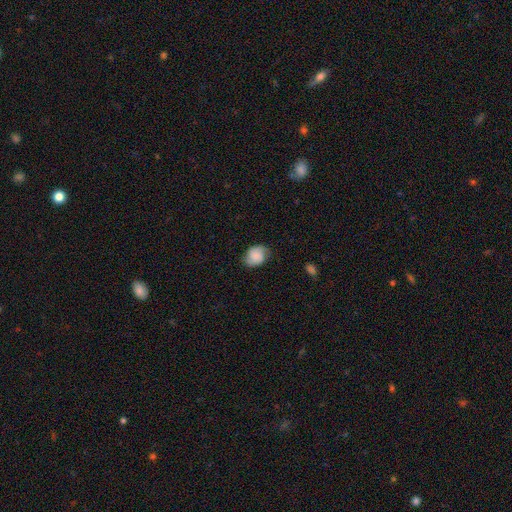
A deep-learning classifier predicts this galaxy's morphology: smooth-or-featured: smooth: 59% | featured or disk: 32% | star or artifact: 9%
  how-rounded: in between: 59% | round: 40% | cigar-shaped: 1%
  merging: none: 68% | minor disturbance: 23% | major disturbance: 7% | merger: 1%